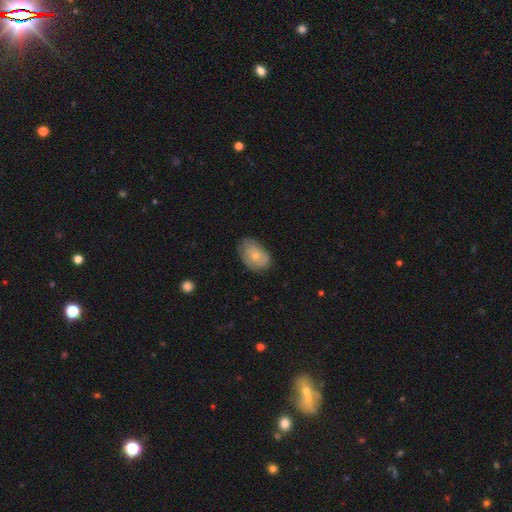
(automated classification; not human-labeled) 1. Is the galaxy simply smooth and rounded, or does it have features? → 69% smooth, 24% featured or disk, 7% star or artifact.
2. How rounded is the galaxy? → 83% in between, 16% round, 1% cigar-shaped.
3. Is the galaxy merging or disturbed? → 59% none, 32% minor disturbance, 8% major disturbance, 1% merger.